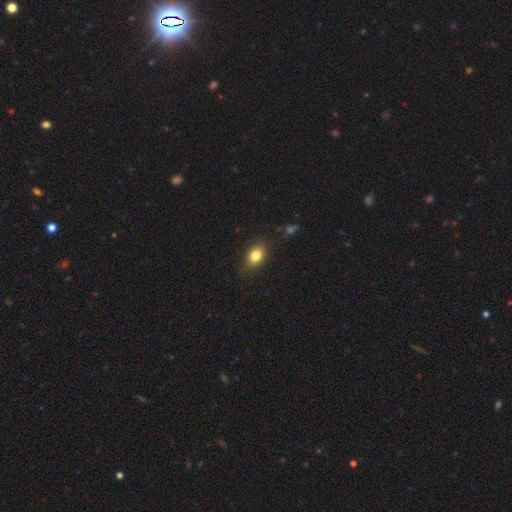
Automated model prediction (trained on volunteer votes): Smooth or featured?
  - smooth: 82% *
  - star or artifact: 9%
  - featured or disk: 8%
How rounded?
  - in between: 75% *
  - round: 24%
  - cigar-shaped: 2%
Merging?
  - none: 85% *
  - minor disturbance: 11%
  - major disturbance: 3%
  - merger: 1%